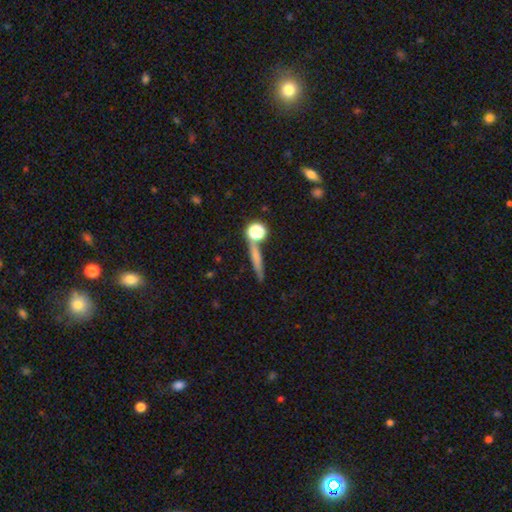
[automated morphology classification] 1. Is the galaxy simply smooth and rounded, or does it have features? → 58% smooth, 28% featured or disk, 14% star or artifact.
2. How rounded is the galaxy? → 77% cigar-shaped, 13% round, 10% in between.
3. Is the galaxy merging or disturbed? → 74% none, 11% merger, 11% minor disturbance, 4% major disturbance.